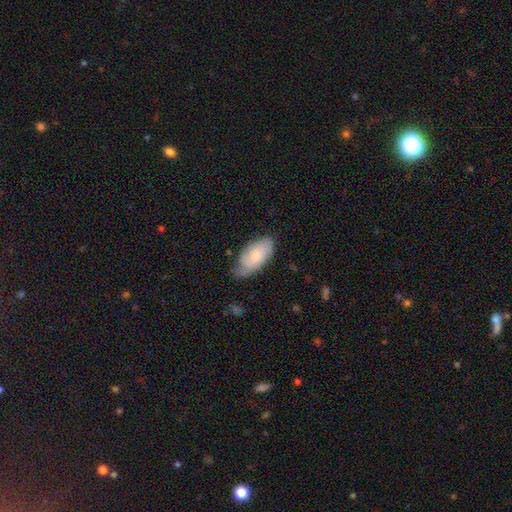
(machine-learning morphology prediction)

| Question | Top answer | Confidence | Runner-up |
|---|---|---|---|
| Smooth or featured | smooth | 58% | featured or disk (36%) |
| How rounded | in between | 92% | cigar-shaped (4%) |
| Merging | none | 56% | minor disturbance (34%) |